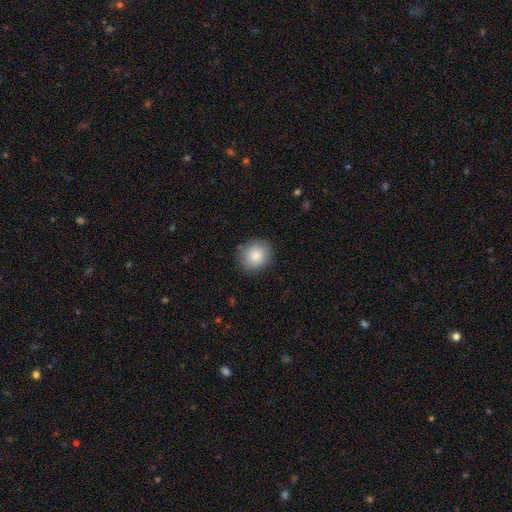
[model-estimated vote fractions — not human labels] Morphology: type=smooth (83%); roundness=round (80%); merging=none (84%).